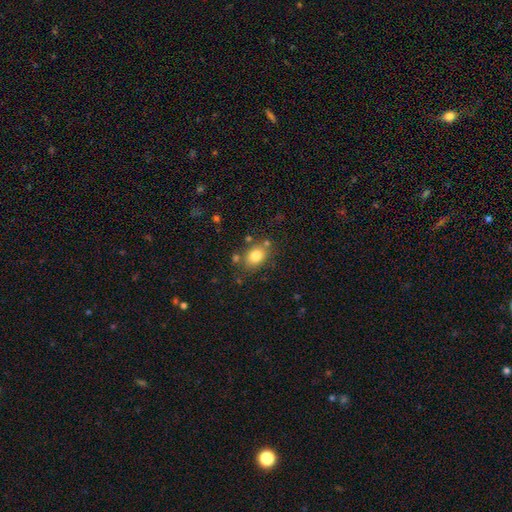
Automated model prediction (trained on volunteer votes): Smooth or featured: smooth — 80% (featured or disk — 10%)
How rounded: in between — 70% (round — 29%)
Merging: none — 74% (minor disturbance — 14%)